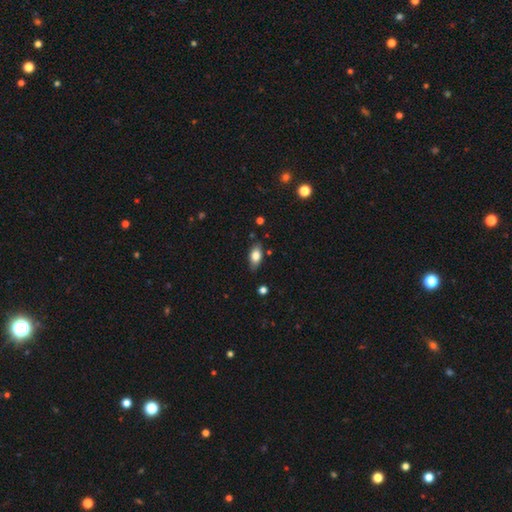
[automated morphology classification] A smooth galaxy with no disk features (77%) that is in between round and cigar-shaped (88%). Merging: none (81%).